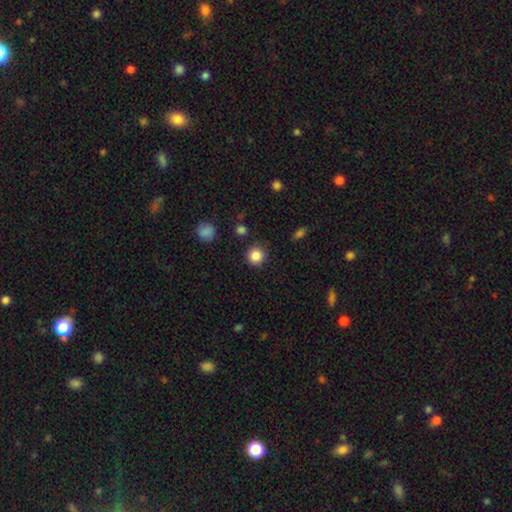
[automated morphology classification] smooth 86%, star or artifact 10%, featured or disk 4%. Down the decision tree: how rounded — round (92%); merging — none (86%).